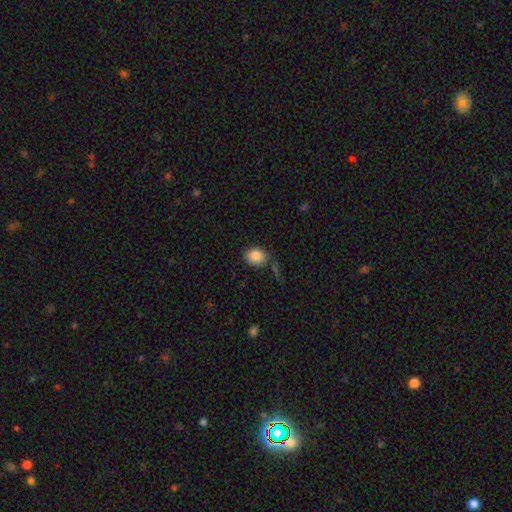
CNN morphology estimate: Smooth or featured: smooth — 87% (star or artifact — 8%)
How rounded: round — 55% (in between — 44%)
Merging: none — 71% (minor disturbance — 17%)